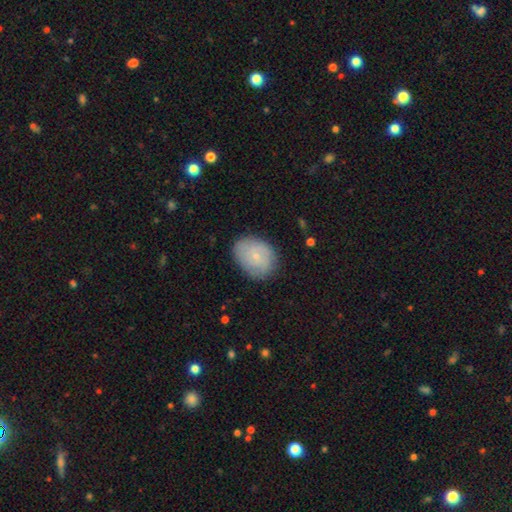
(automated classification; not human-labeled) Smooth or featured?
  - smooth: 52% *
  - featured or disk: 41%
  - star or artifact: 8%
How rounded?
  - in between: 60% *
  - round: 39%
  - cigar-shaped: 1%
Merging?
  - none: 79% *
  - minor disturbance: 15%
  - major disturbance: 4%
  - merger: 1%